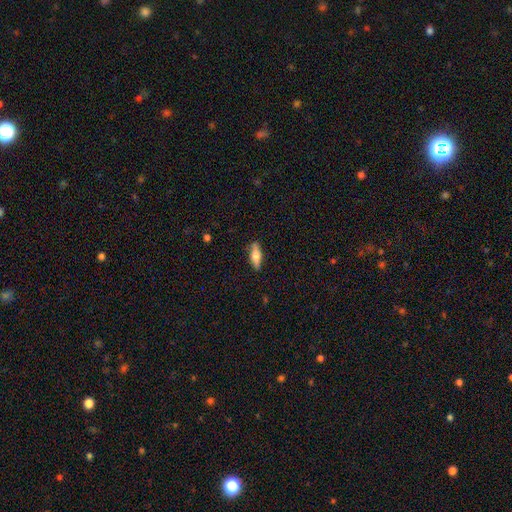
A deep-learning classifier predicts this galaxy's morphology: This appears to be a smooth galaxy with no disk features (57%) that is cigar-shaped (51%). Merging: none (86%).